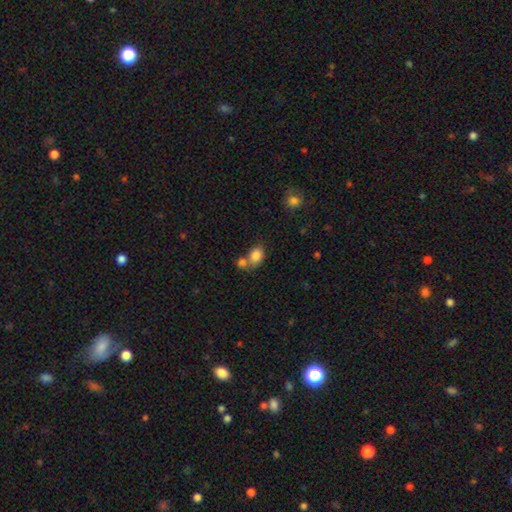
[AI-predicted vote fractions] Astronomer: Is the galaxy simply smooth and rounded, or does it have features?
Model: smooth — 84%.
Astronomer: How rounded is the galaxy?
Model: in between — 75%.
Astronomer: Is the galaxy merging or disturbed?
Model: none — 43% (runner-up: merger, 41%).